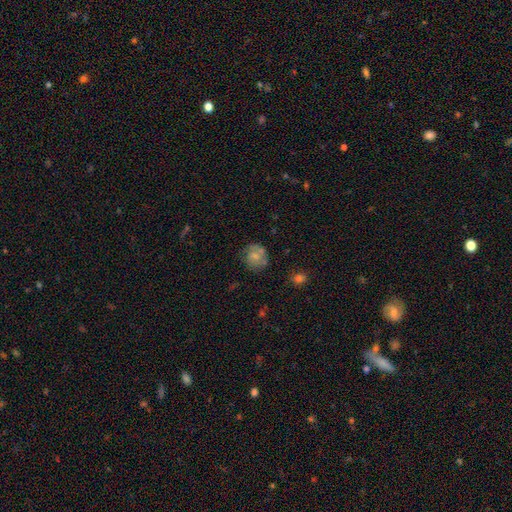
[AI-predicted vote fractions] smooth-or-featured: smooth: 60% | featured or disk: 30% | star or artifact: 10%
  how-rounded: round: 80% | in between: 19% | cigar-shaped: 1%
  merging: none: 62% | minor disturbance: 22% | major disturbance: 10% | merger: 6%